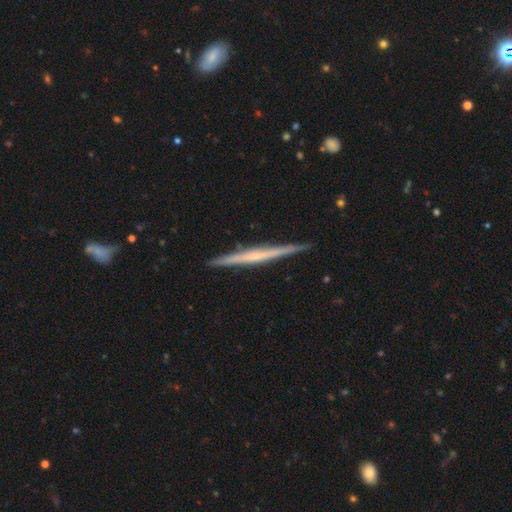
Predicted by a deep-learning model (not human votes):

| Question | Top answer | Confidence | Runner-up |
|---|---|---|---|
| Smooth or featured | featured or disk | 69% | smooth (26%) |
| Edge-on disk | yes | 98% | no (2%) |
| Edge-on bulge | none | 61% | rounded (28%) |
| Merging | none | 91% | minor disturbance (7%) |